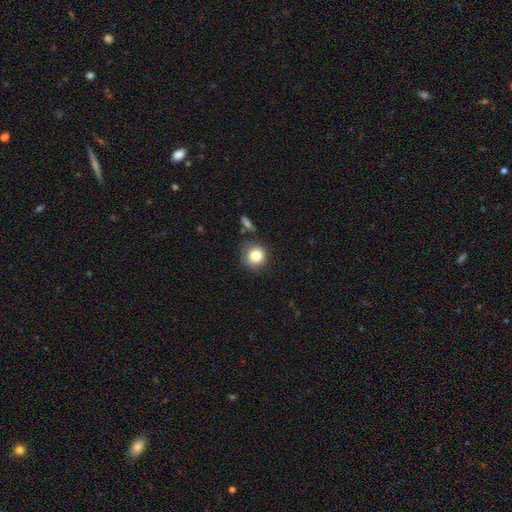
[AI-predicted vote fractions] Smooth or featured? Predicted: smooth (p=0.84). How rounded? Predicted: round (p=0.91). Merging? Predicted: none (p=0.77).